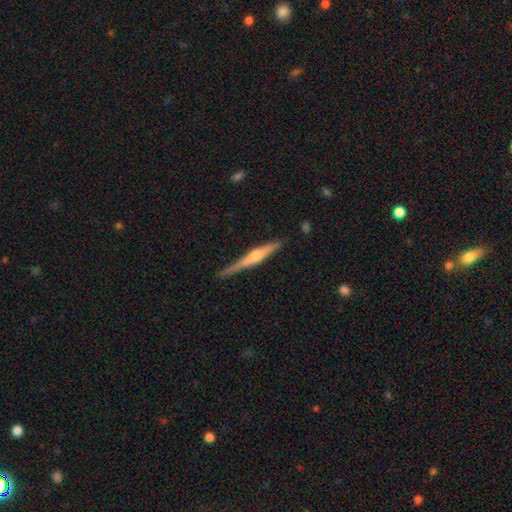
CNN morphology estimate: smooth_or_featured: featured or disk (p=0.67) [alt: smooth p=0.27]
disk_edge_on: yes (p=0.98) [alt: no p=0.02]
edge_on_bulge: rounded (p=0.80) [alt: boxy p=0.11]
merging: none (p=0.81) [alt: minor disturbance p=0.14]